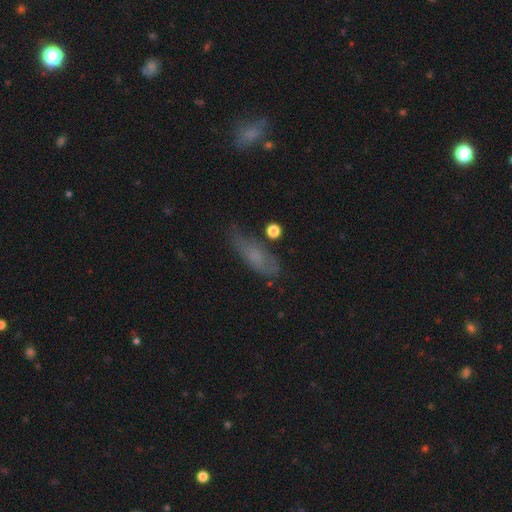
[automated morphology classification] Smooth or featured?
  - smooth: 62% *
  - featured or disk: 25%
  - star or artifact: 13%
How rounded?
  - in between: 56% *
  - cigar-shaped: 40%
  - round: 4%
Merging?
  - none: 59% *
  - minor disturbance: 27%
  - major disturbance: 11%
  - merger: 4%